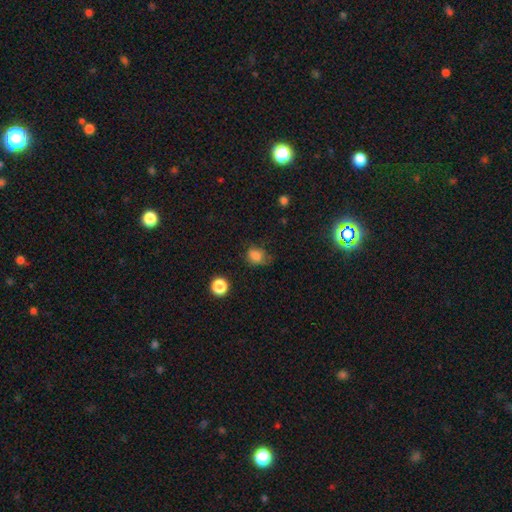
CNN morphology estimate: This appears to be a smooth galaxy with no disk features (79%) that is in between round and cigar-shaped (52%). Merging: none (50%).